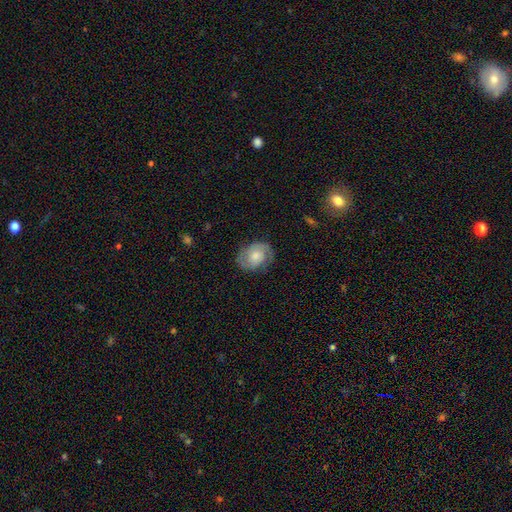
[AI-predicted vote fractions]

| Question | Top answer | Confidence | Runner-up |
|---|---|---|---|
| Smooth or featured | featured or disk | 66% | smooth (28%) |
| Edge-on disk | no | 97% | yes (3%) |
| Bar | no | 69% | weak (26%) |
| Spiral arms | yes | 89% | no (11%) |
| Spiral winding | tight | 44% | medium (43%) |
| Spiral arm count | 2 | 83% | can't tell (9%) |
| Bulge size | moderate | 51% | small (30%) |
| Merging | none | 77% | minor disturbance (16%) |